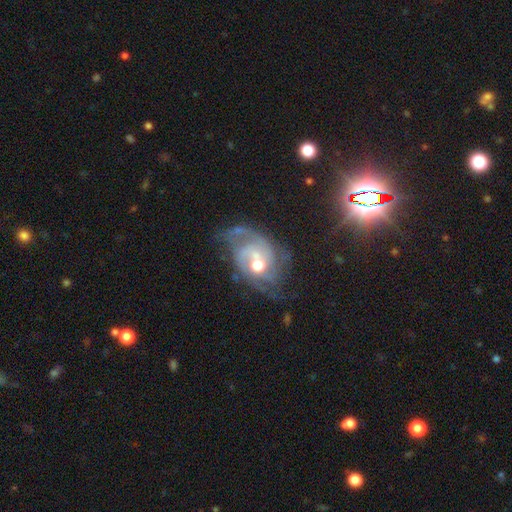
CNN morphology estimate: smooth-or-featured: featured or disk: 83% | star or artifact: 9% | smooth: 9%
  disk-edge-on: no: 97% | yes: 3%
    bar: no: 63% | weak: 29% | strong: 8%
    has-spiral-arms: yes: 93% | no: 7%
      spiral-winding: medium: 44% | tight: 38% | loose: 18%
      spiral-arm-count: 2: 35% | 3: 23% | can't tell: 23% | 1: 8% | 4: 6% | more than 4: 5%
    bulge-size: moderate: 72% | small: 16% | large: 8% | none: 2% | dominant: 1%
  merging: none: 50% | minor disturbance: 21% | major disturbance: 21% | merger: 7%